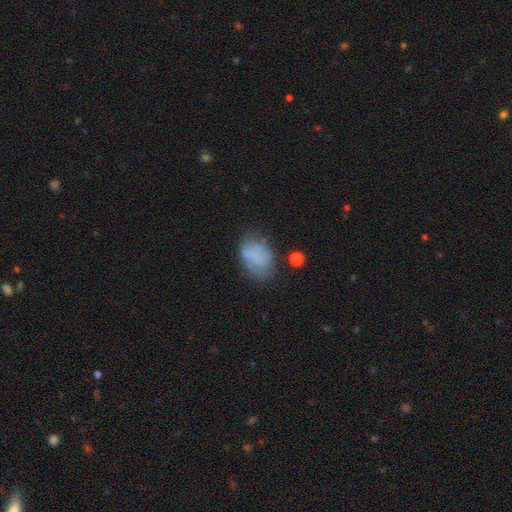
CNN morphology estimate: This appears to be a smooth galaxy with no disk features (61%) that is in between round and cigar-shaped (79%). Merging: none (50%).